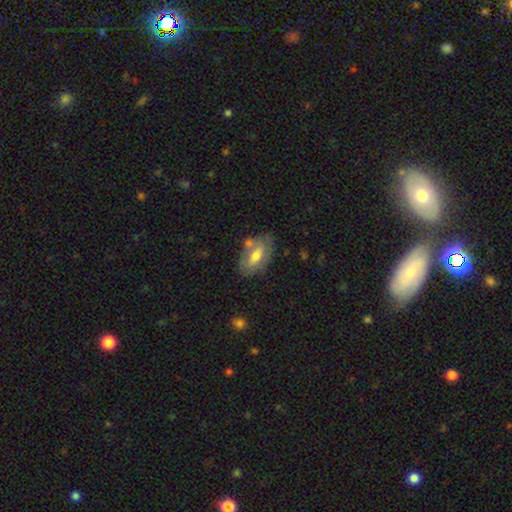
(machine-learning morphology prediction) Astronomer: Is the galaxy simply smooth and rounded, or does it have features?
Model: smooth — 58% (runner-up: featured or disk, 35%).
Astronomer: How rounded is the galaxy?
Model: in between — 90%.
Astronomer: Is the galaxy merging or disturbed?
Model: none — 64%.